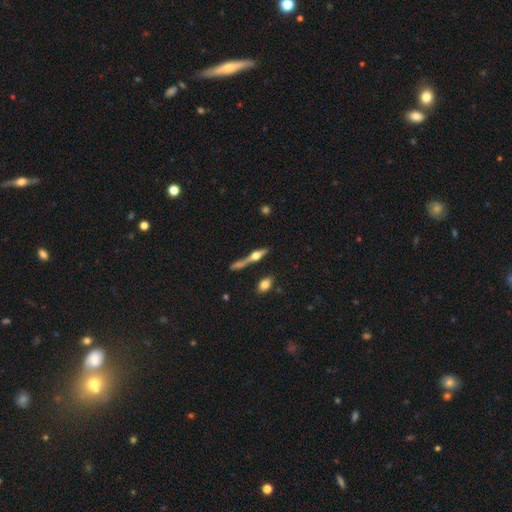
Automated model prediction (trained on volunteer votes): Smooth or featured: featured or disk — 69% (smooth — 22%)
Edge-on disk: yes — 95% (no — 5%)
Edge-on bulge: rounded — 94% (boxy — 4%)
Merging: none — 65% (minor disturbance — 15%)